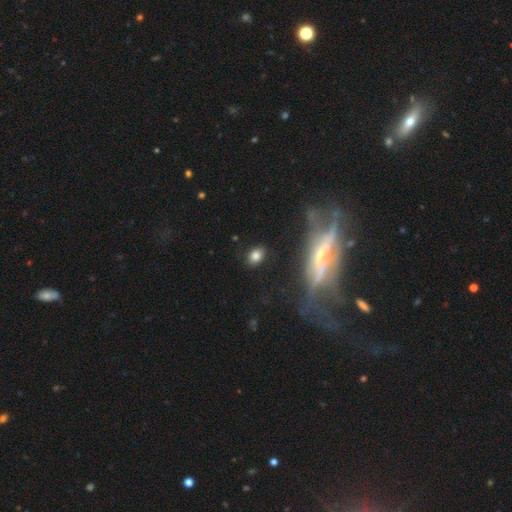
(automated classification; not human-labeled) Q: Smooth or featured?
A: smooth (79%); runner-up: featured or disk (10%)
Q: How rounded?
A: in between (59%); runner-up: round (39%)
Q: Merging?
A: none (84%); runner-up: minor disturbance (11%)